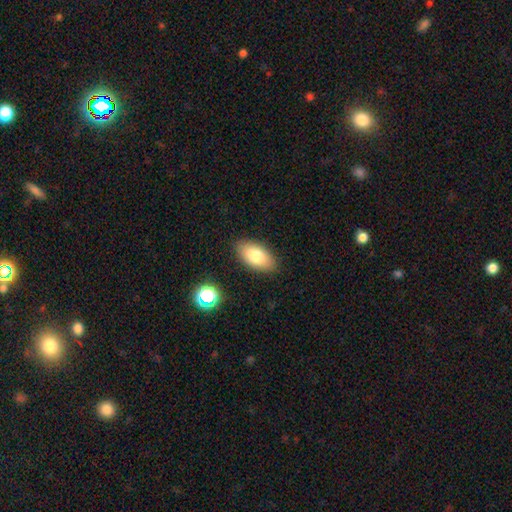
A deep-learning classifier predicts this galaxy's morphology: Smooth or featured? Predicted: smooth (p=0.78). How rounded? Predicted: in between (p=0.93). Merging? Predicted: none (p=0.87).